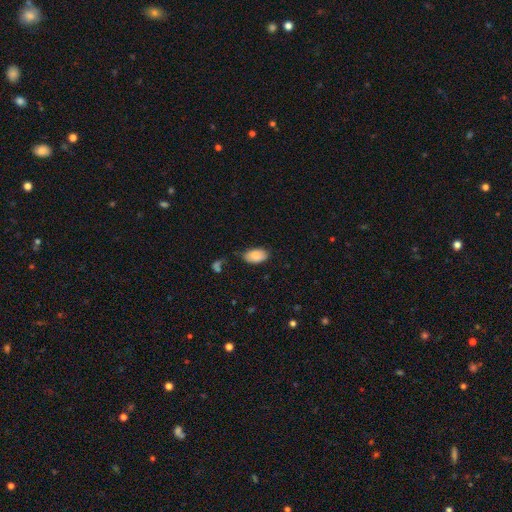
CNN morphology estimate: smooth_or_featured: smooth (p=0.83) [alt: featured or disk p=0.10]
how_rounded: in between (p=0.94) [alt: round p=0.04]
merging: none (p=0.77) [alt: minor disturbance p=0.17]